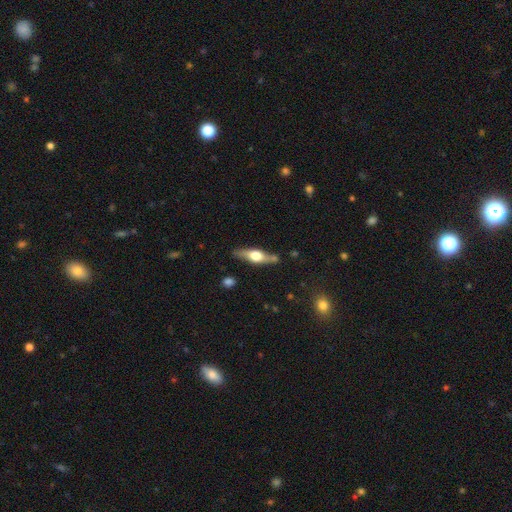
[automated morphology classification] A featured or disk galaxy (59%) viewed edge-on (91%) with a rounded central bulge (94%).

Vote fractions:
- Smooth or featured? featured or disk: 59% / smooth: 36% / star or artifact: 6%
- Edge-on disk? yes: 91% / no: 9%
- Edge-on bulge? rounded: 94% / boxy: 5% / none: 2%
- Merging? none: 77% / minor disturbance: 14% / merger: 5% / major disturbance: 3%